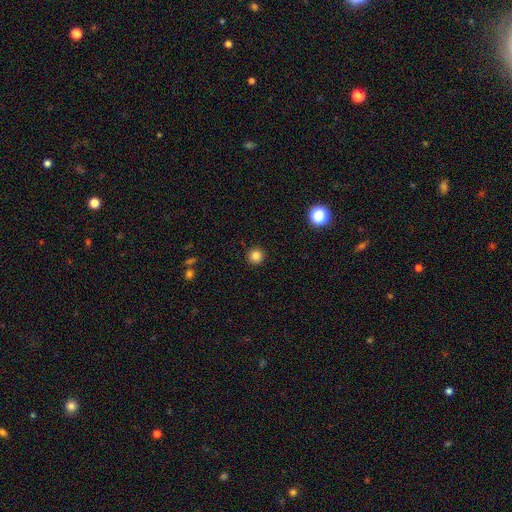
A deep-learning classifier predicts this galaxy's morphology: This appears to be a smooth galaxy with no disk features (84%) that is round (95%). Merging: none (93%).